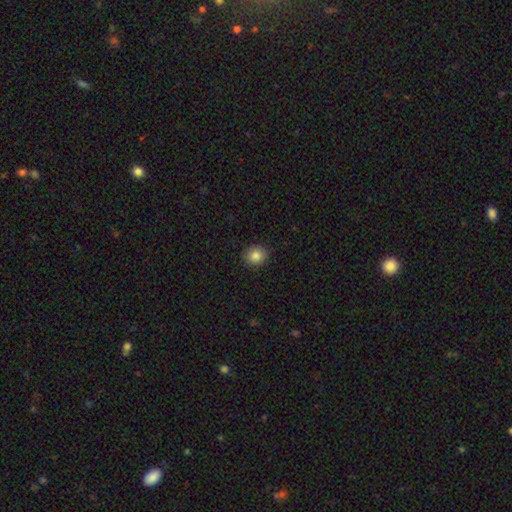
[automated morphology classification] Smooth or featured?
  - smooth: 84% *
  - star or artifact: 10%
  - featured or disk: 6%
How rounded?
  - round: 80% *
  - in between: 19%
  - cigar-shaped: 1%
Merging?
  - none: 91% *
  - minor disturbance: 7%
  - major disturbance: 2%
  - merger: 1%